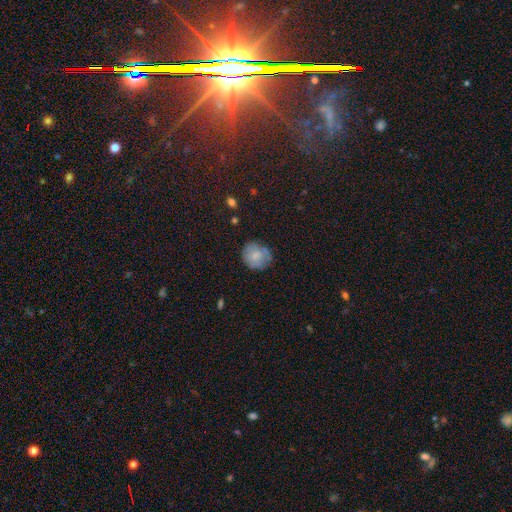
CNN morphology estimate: The model was most divided on "merging": none: 69%, minor disturbance: 23%, major disturbance: 6%, merger: 2%. More confident: how rounded — round (73%); smooth or featured — smooth (71%).